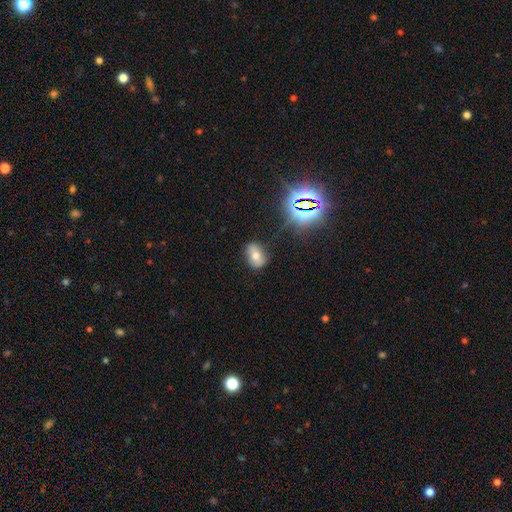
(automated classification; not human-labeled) This is possibly a smooth galaxy (58%). How rounded: likely in between (77%). Merging: likely none (75%).